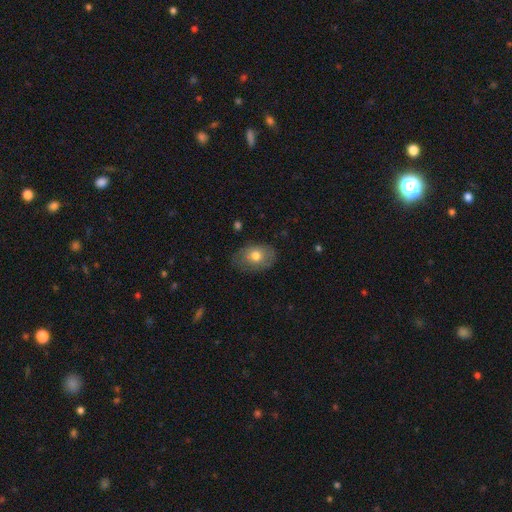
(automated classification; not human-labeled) The model was most divided on "merging": none: 70%, minor disturbance: 22%, major disturbance: 6%, merger: 1%. More confident: how rounded — in between (77%); smooth or featured — smooth (70%).